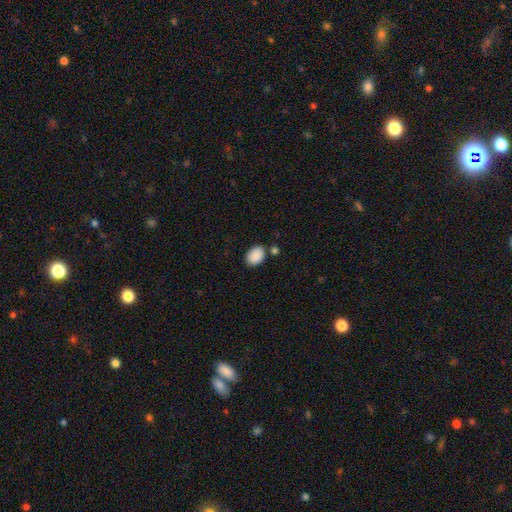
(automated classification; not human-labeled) Morphology: type=smooth (90%); roundness=in between (84%); merging=none (77%).